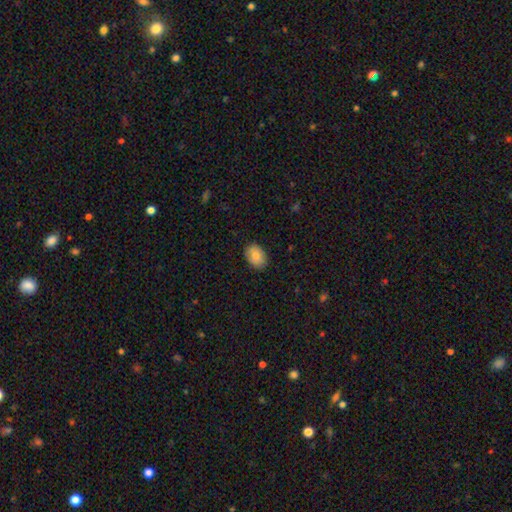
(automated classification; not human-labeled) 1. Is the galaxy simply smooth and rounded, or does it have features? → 84% smooth, 8% featured or disk, 7% star or artifact.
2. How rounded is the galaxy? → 76% in between, 23% round, 1% cigar-shaped.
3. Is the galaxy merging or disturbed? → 86% none, 11% minor disturbance, 2% major disturbance, 1% merger.